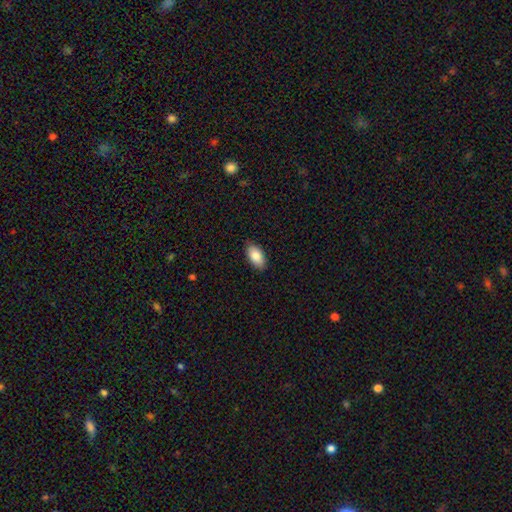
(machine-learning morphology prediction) The model was most divided on "merging": none: 87%, minor disturbance: 10%, major disturbance: 2%, merger: 1%. More confident: how rounded — in between (94%); smooth or featured — smooth (86%).